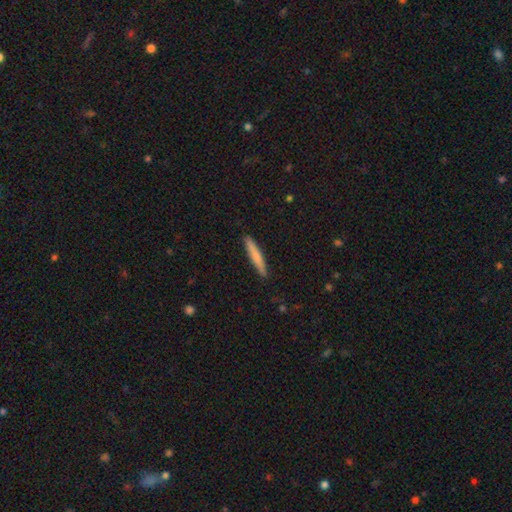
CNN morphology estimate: Smooth or featured? smooth (73%)
How rounded? cigar-shaped (94%)
Merging? none (90%)